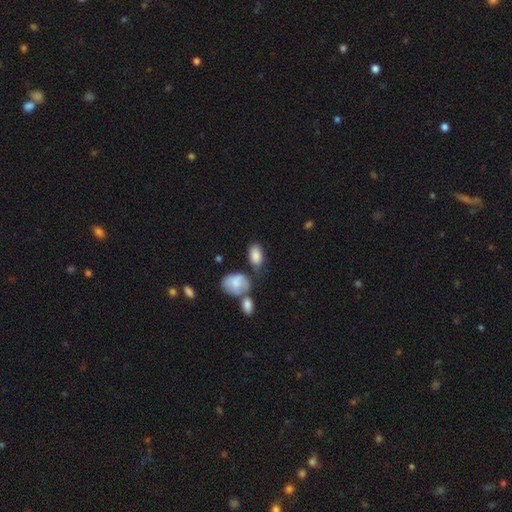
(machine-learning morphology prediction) This is clearly a smooth galaxy (84%). How rounded: clearly in between (92%). Merging: possibly none (58%).